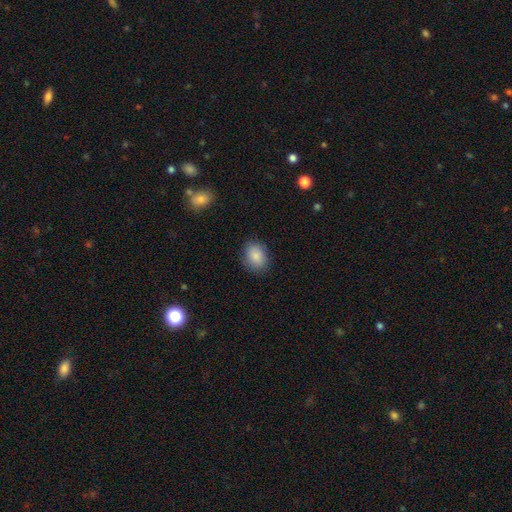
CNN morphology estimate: This appears to be a smooth galaxy with no disk features (87%) that is in between round and cigar-shaped (64%). Merging: none (84%).